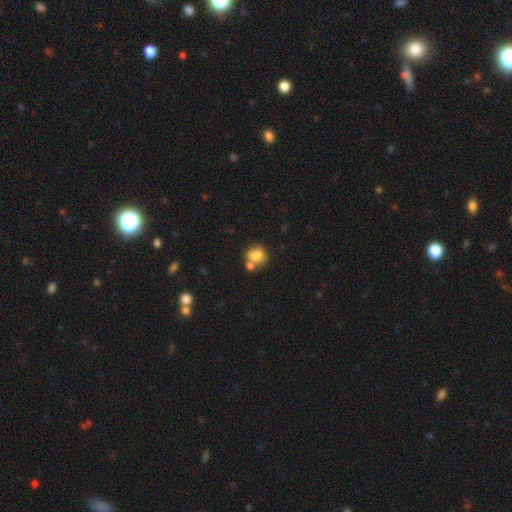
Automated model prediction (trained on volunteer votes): A smooth galaxy with no disk features (78%) that is round (70%).

Vote fractions:
- Smooth or featured? smooth: 78% / featured or disk: 12% / star or artifact: 10%
- How rounded? round: 70% / in between: 28% / cigar-shaped: 1%
- Merging? none: 49% / merger: 33% / minor disturbance: 13% / major disturbance: 5%